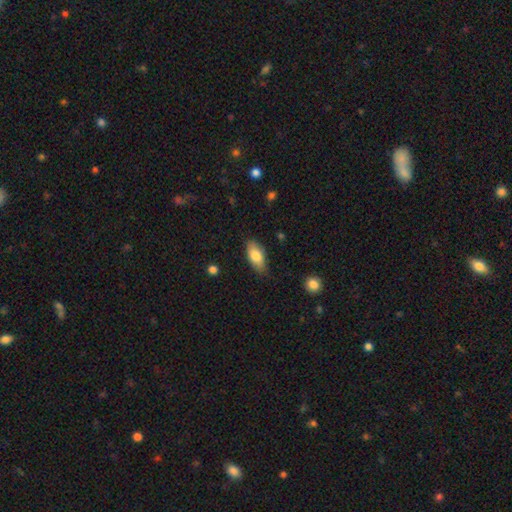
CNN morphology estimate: The model was most divided on "smooth or featured": smooth: 79%, featured or disk: 15%, star or artifact: 6%. More confident: how rounded — in between (88%); merging — none (81%).